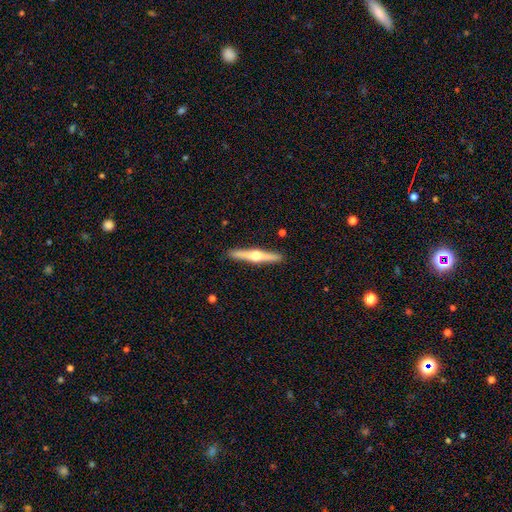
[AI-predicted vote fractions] Morphology: type=featured or disk (71%); edge-on=yes (98%); edge-on bulge=rounded (95%); merging=none (92%).